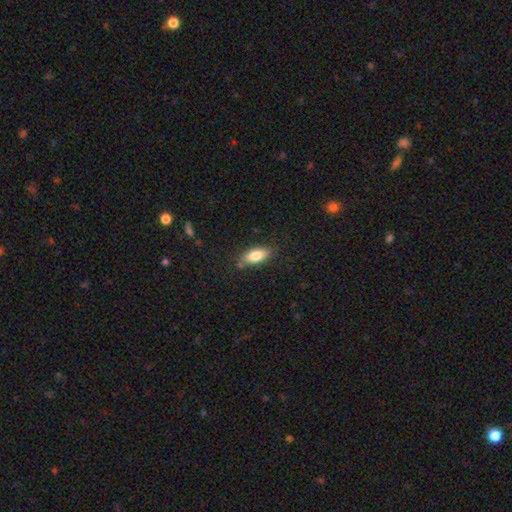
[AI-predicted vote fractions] smooth_or_featured: smooth (p=0.79) [alt: featured or disk p=0.14]
how_rounded: in between (p=0.80) [alt: cigar-shaped p=0.17]
merging: none (p=0.80) [alt: minor disturbance p=0.14]